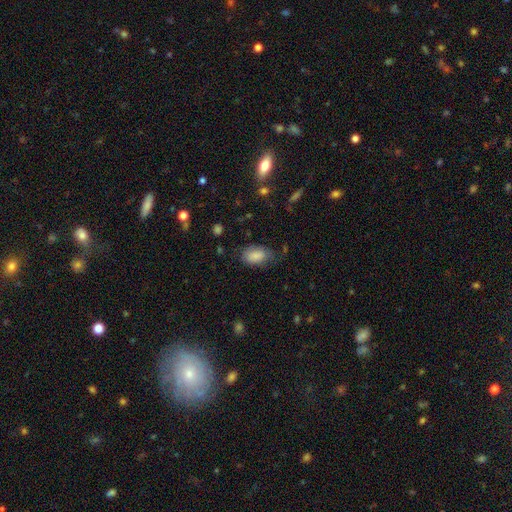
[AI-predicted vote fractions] Morphology: type=smooth (84%); roundness=in between (92%); merging=none (62%).